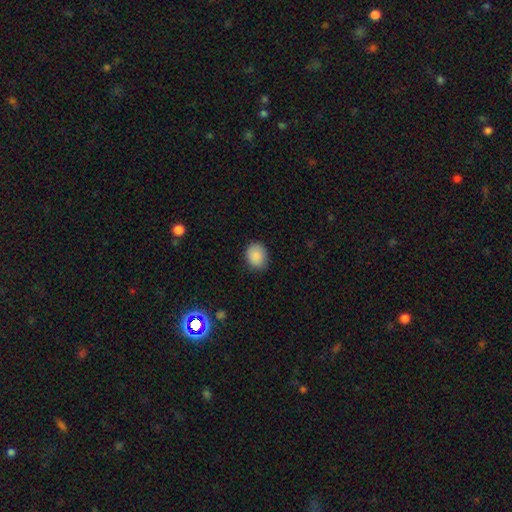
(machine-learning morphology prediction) type=smooth (88%); roundness=round (54%); merging=none (84%).